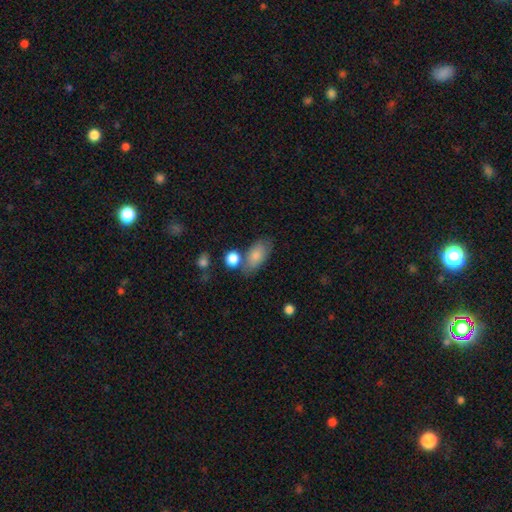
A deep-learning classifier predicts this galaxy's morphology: Smooth or featured?
  - smooth: 81% *
  - featured or disk: 12%
  - star or artifact: 7%
How rounded?
  - in between: 90% *
  - round: 6%
  - cigar-shaped: 4%
Merging?
  - none: 61% *
  - minor disturbance: 18%
  - merger: 14%
  - major disturbance: 6%